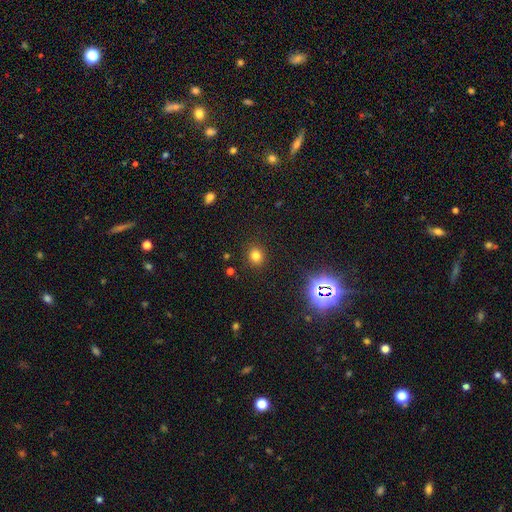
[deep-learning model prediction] The model was most divided on "how rounded": round: 79%, in between: 20%, cigar-shaped: 1%. More confident: merging — none (89%); smooth or featured — smooth (77%).